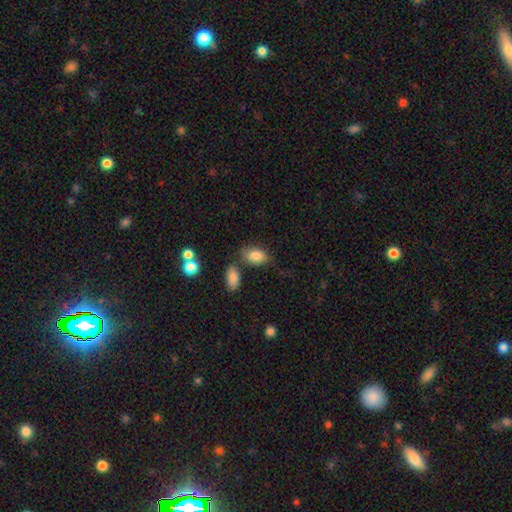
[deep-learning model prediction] A smooth galaxy with no disk features (85%) that is in between round and cigar-shaped (91%).

Vote fractions:
- Smooth or featured? smooth: 85% / featured or disk: 8% / star or artifact: 7%
- How rounded? in between: 91% / round: 8% / cigar-shaped: 2%
- Merging? none: 66% / minor disturbance: 18% / merger: 11% / major disturbance: 5%